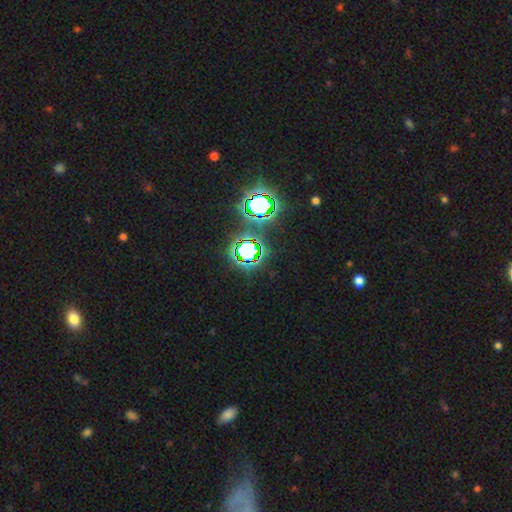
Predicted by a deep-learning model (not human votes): The model was most divided on "smooth or featured": star or artifact: 78%, smooth: 13%, featured or disk: 8%.